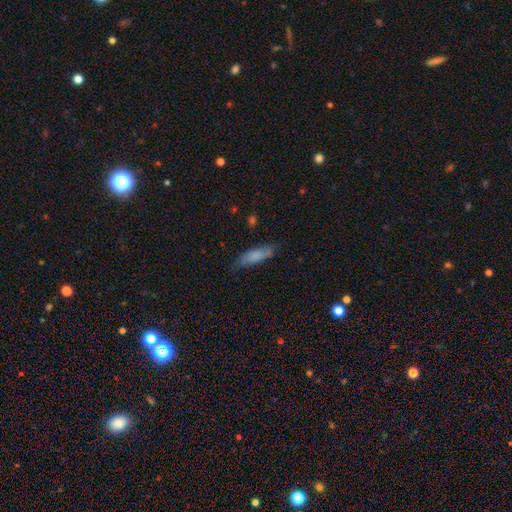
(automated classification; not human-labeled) smooth 74%, featured or disk 19%, star or artifact 7%. Down the decision tree: how rounded — in between (54%); merging — none (65%).